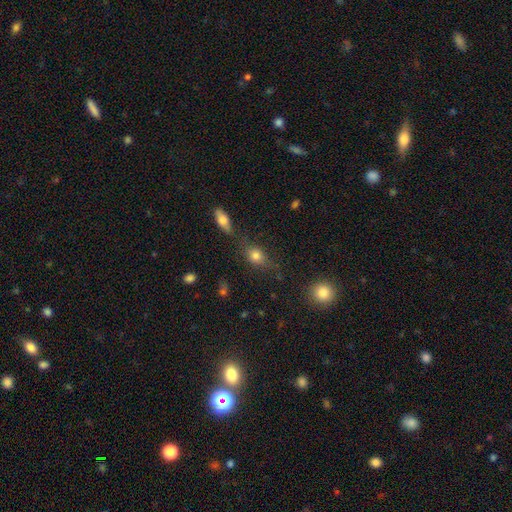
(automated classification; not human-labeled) A smooth galaxy with no disk features (78%) that is in between round and cigar-shaped (58%). Merging: none (64%).